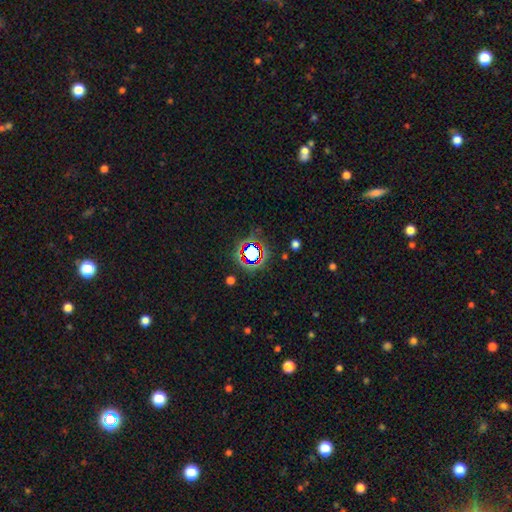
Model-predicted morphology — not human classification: type=star or artifact (64%).